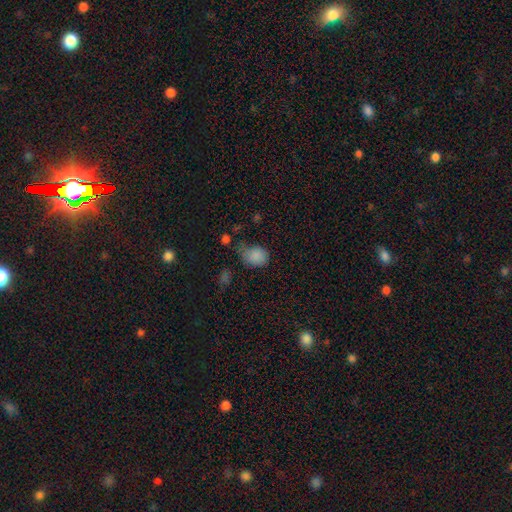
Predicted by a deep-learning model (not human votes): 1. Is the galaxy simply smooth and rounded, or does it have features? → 81% smooth, 13% star or artifact, 6% featured or disk.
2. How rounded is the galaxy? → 50% in between, 49% round, 1% cigar-shaped.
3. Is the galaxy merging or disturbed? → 46% none, 33% minor disturbance, 15% major disturbance, 6% merger.